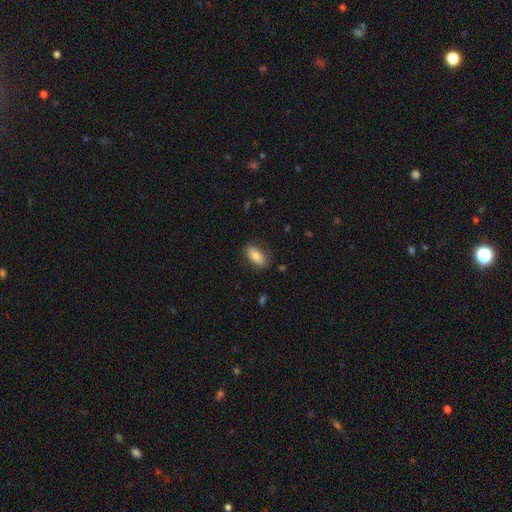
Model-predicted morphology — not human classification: A smooth galaxy with no disk features (82%) that is in between round and cigar-shaped (87%).

Vote fractions:
- Smooth or featured? smooth: 82% / featured or disk: 11% / star or artifact: 7%
- How rounded? in between: 87% / cigar-shaped: 10% / round: 3%
- Merging? none: 83% / minor disturbance: 12% / major disturbance: 3% / merger: 1%